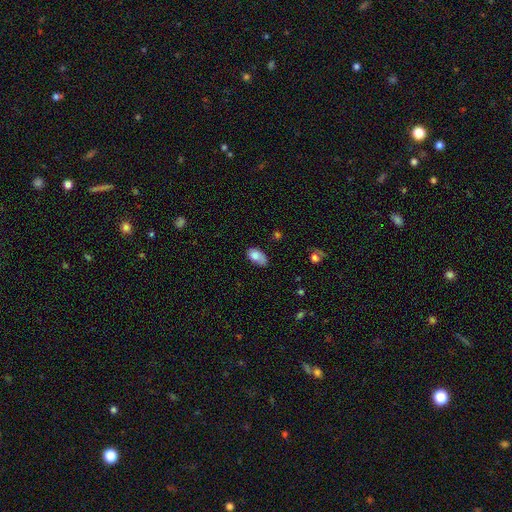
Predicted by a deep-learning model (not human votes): This appears to be a smooth galaxy with no disk features (80%) that is in between round and cigar-shaped (92%). Merging: none (52%).